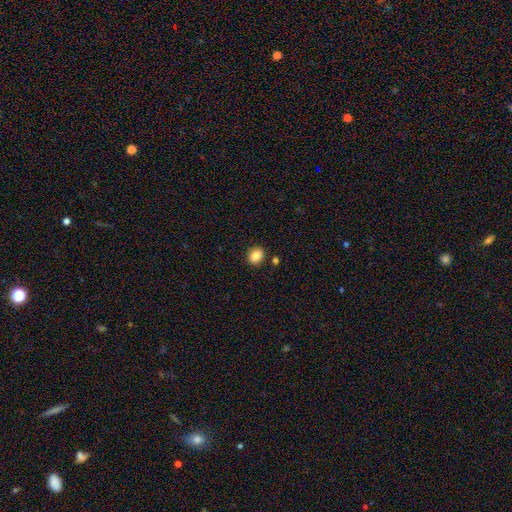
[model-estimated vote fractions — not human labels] The model was most divided on "how rounded": round: 55%, in between: 44%, cigar-shaped: 1%. More confident: merging — none (86%); smooth or featured — smooth (86%).